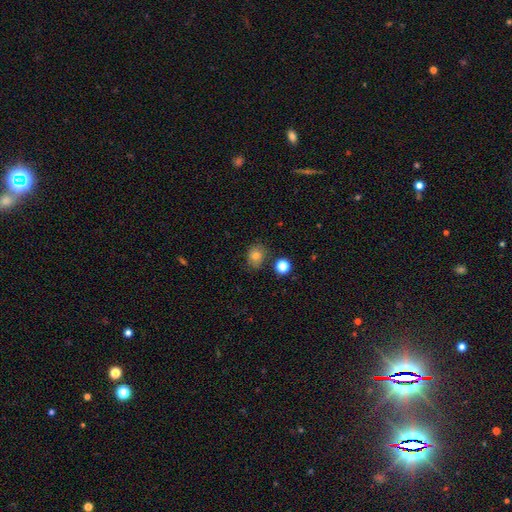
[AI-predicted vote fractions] Smooth or featured?
  - smooth: 79% *
  - star or artifact: 12%
  - featured or disk: 9%
How rounded?
  - round: 63% *
  - in between: 36%
  - cigar-shaped: 1%
Merging?
  - none: 75% *
  - minor disturbance: 16%
  - merger: 5%
  - major disturbance: 4%